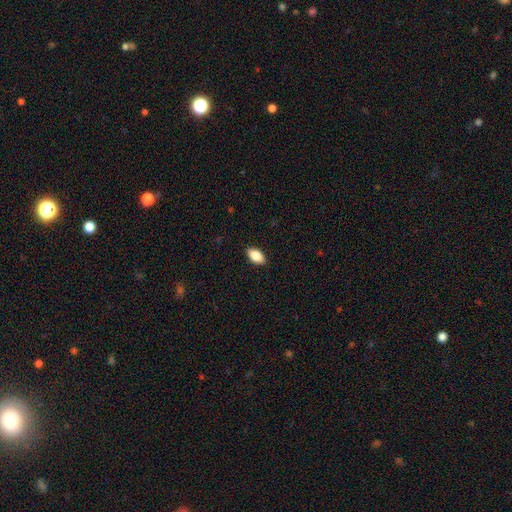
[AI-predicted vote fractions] A smooth galaxy with no disk features (86%) that is in between round and cigar-shaped (92%). Merging: none (88%).